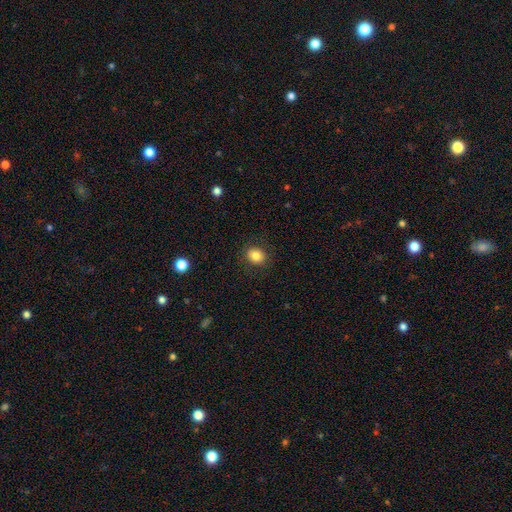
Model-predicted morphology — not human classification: Smooth or featured? smooth (83%)
How rounded? round (67%)
Merging? none (88%)